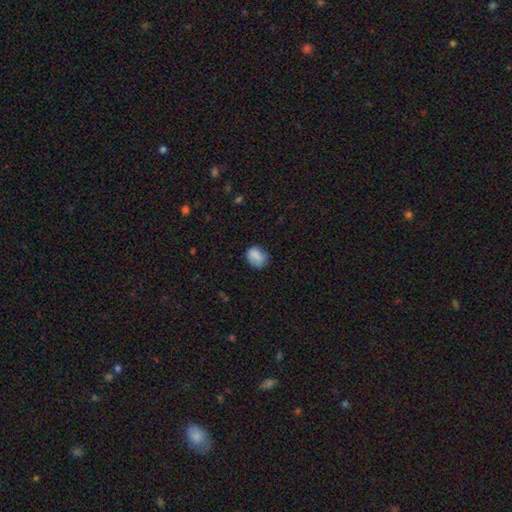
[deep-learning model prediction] Smooth or featured: smooth — 80% (featured or disk — 11%)
How rounded: in between — 53% (round — 46%)
Merging: none — 67% (minor disturbance — 24%)